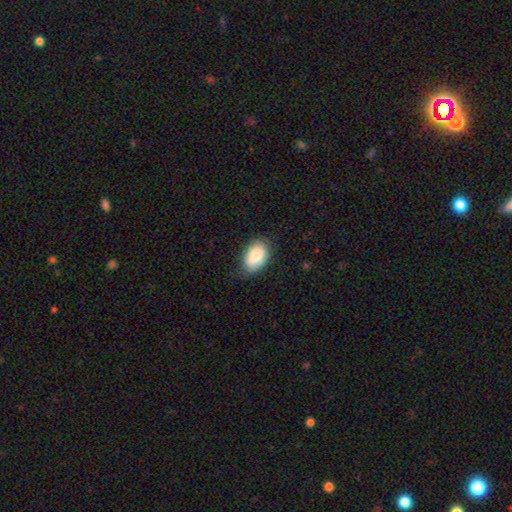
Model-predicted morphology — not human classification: Smooth or featured?
  - smooth: 82% *
  - featured or disk: 11%
  - star or artifact: 7%
How rounded?
  - in between: 89% *
  - round: 9%
  - cigar-shaped: 1%
Merging?
  - none: 67% *
  - minor disturbance: 26%
  - major disturbance: 5%
  - merger: 1%